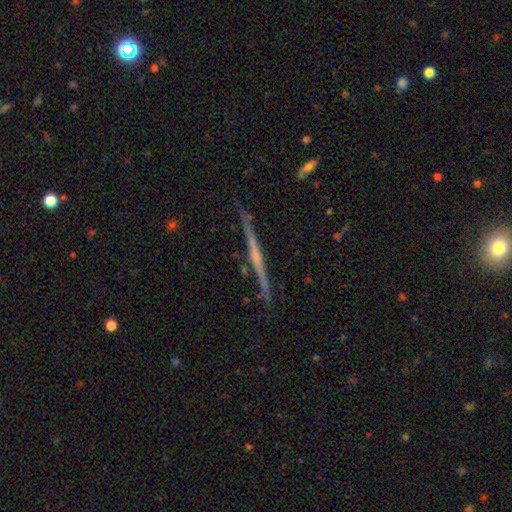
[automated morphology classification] smooth_or_featured: featured or disk (p=0.77) [alt: smooth p=0.17]
disk_edge_on: yes (p=0.98) [alt: no p=0.02]
edge_on_bulge: none (p=0.48) [alt: rounded p=0.39]
merging: none (p=0.87) [alt: minor disturbance p=0.09]